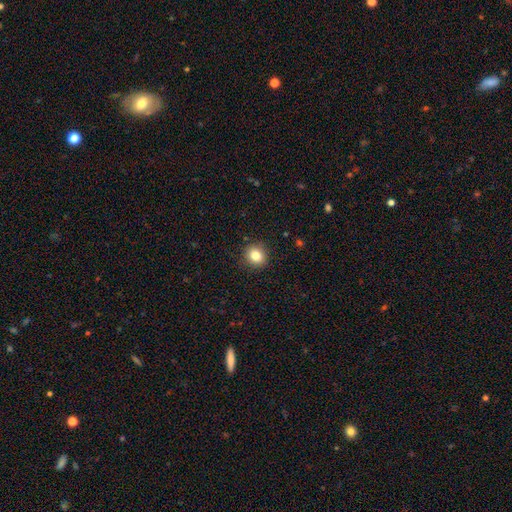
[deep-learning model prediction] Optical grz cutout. It shows a smooth galaxy with no disk features (83%) that is round (78%). Merging: none (89%).